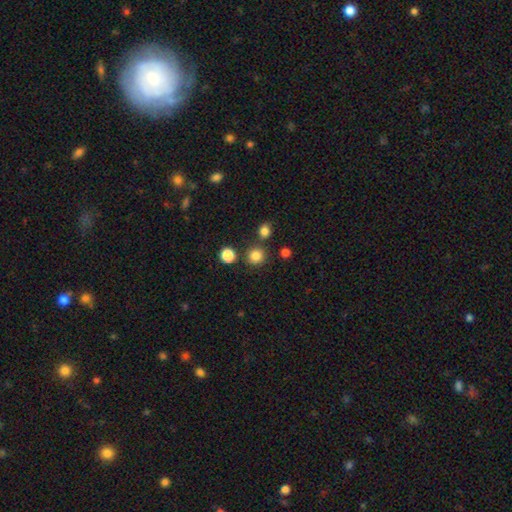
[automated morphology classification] Smooth or featured? smooth (82%)
How rounded? round (92%)
Merging? none (81%)